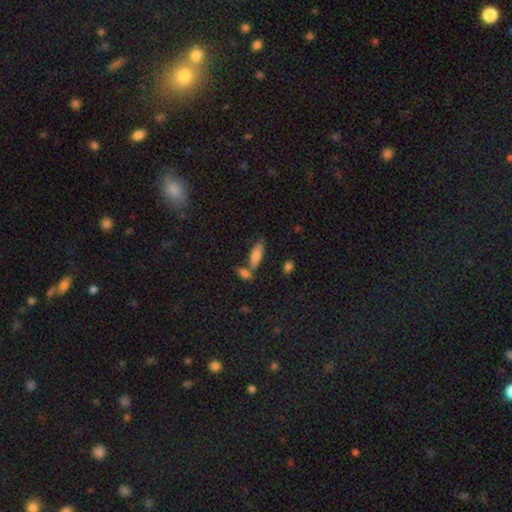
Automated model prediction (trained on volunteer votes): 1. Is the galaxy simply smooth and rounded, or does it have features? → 81% smooth, 12% featured or disk, 8% star or artifact.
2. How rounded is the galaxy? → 68% in between, 29% cigar-shaped, 2% round.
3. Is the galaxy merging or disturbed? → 55% none, 28% merger, 13% minor disturbance, 4% major disturbance.